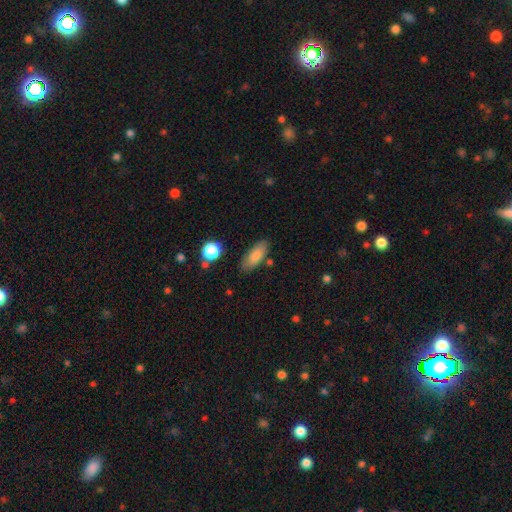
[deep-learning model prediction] This is likely a smooth galaxy (79%). How rounded: likely in between (76%). Merging: clearly none (81%).